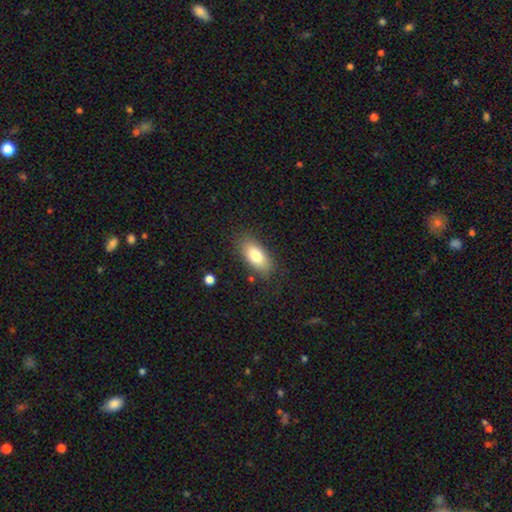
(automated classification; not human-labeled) Smooth or featured? smooth (78%)
How rounded? in between (88%)
Merging? none (82%)